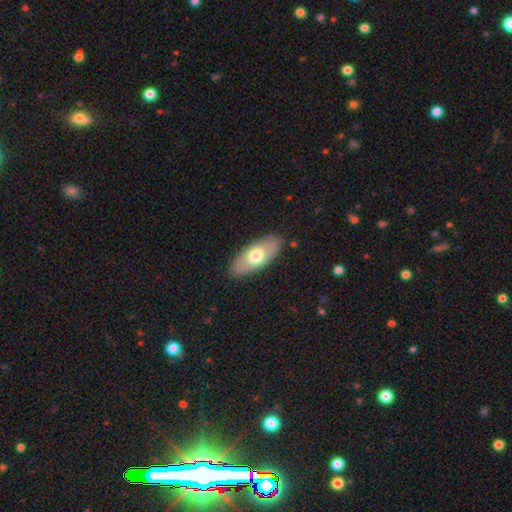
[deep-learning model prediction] Smooth or featured?
  - smooth: 62% *
  - featured or disk: 33%
  - star or artifact: 5%
How rounded?
  - in between: 87% *
  - cigar-shaped: 10%
  - round: 3%
Merging?
  - none: 86% *
  - minor disturbance: 11%
  - major disturbance: 3%
  - merger: 1%